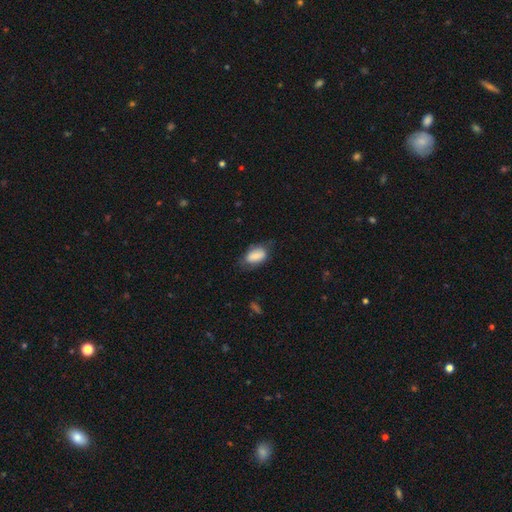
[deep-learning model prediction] This appears to be a smooth galaxy with no disk features (78%) that is in between round and cigar-shaped (90%). Merging: none (57%).